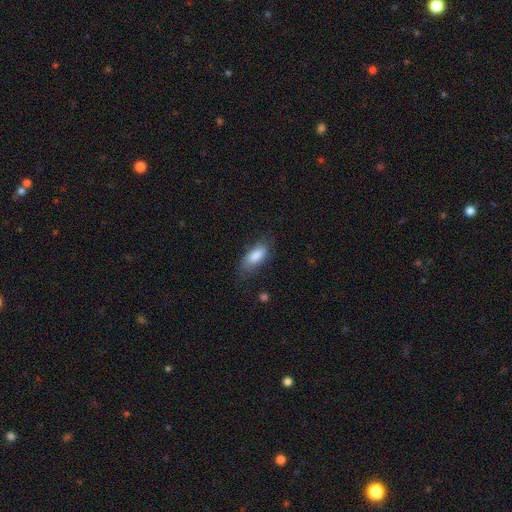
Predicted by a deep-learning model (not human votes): Smooth or featured? Predicted: smooth (p=0.81). How rounded? Predicted: in between (p=0.81). Merging? Predicted: none (p=0.66).